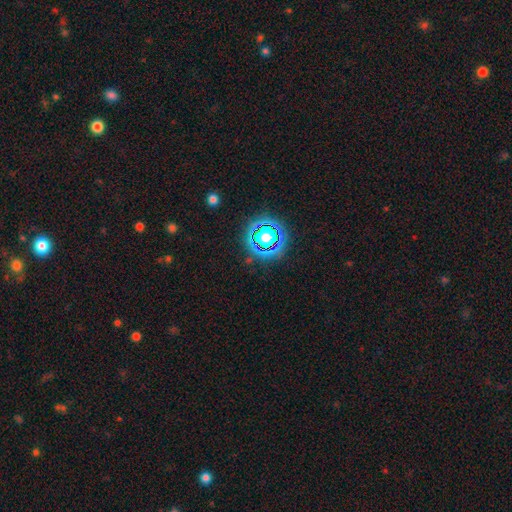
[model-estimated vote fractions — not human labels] A star or artifact, not a galaxy (79%).